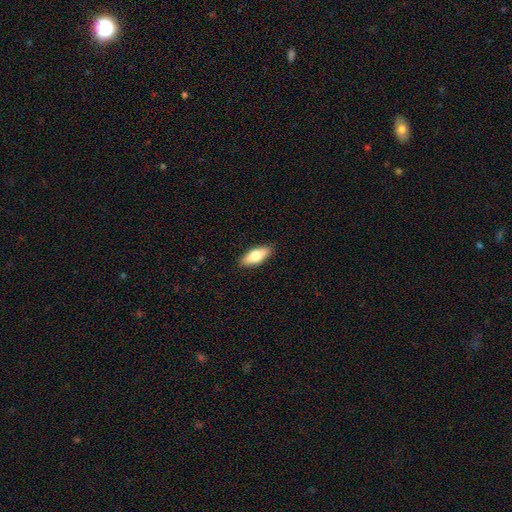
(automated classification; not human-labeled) A smooth galaxy with no disk features (70%) that is in between round and cigar-shaped (73%). Merging: none (89%).